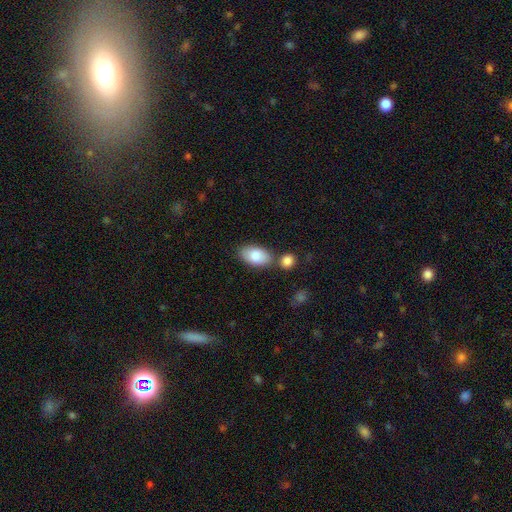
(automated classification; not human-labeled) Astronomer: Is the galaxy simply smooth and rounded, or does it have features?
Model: smooth — 83%.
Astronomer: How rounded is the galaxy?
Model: in between — 93%.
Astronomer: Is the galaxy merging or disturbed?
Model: none — 67%.